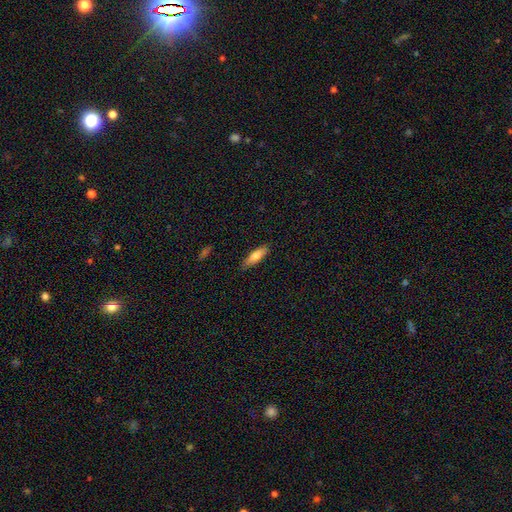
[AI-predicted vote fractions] Smooth or featured: smooth — 74% (featured or disk — 20%)
How rounded: cigar-shaped — 55% (in between — 44%)
Merging: none — 86% (minor disturbance — 11%)